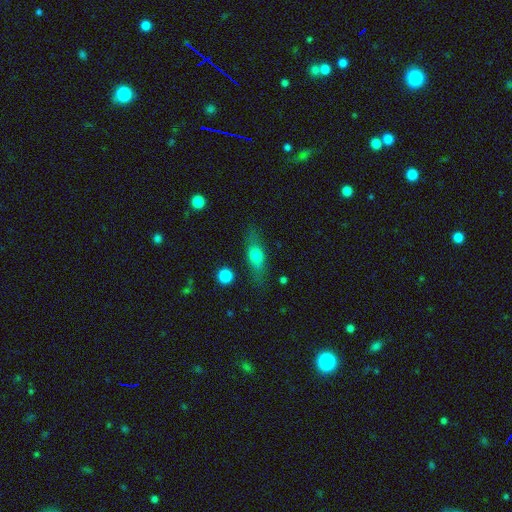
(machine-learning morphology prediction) smooth_or_featured: smooth (p=0.57) [alt: featured or disk p=0.34]
how_rounded: in between (p=0.49) [alt: cigar-shaped p=0.41]
merging: none (p=0.75) [alt: minor disturbance p=0.16]